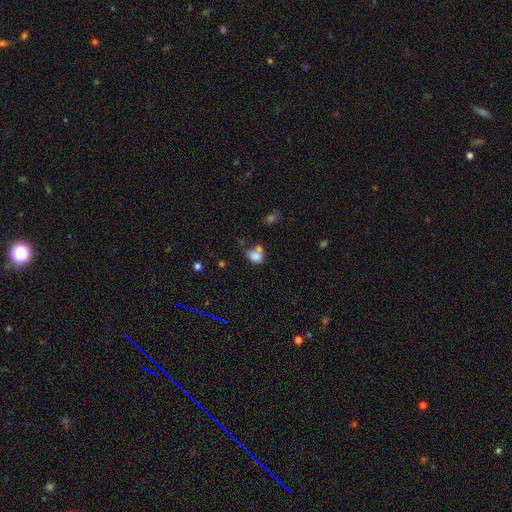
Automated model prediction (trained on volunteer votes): This is likely a smooth galaxy (80%). How rounded: likely in between (68%). Merging: marginally none (43%).